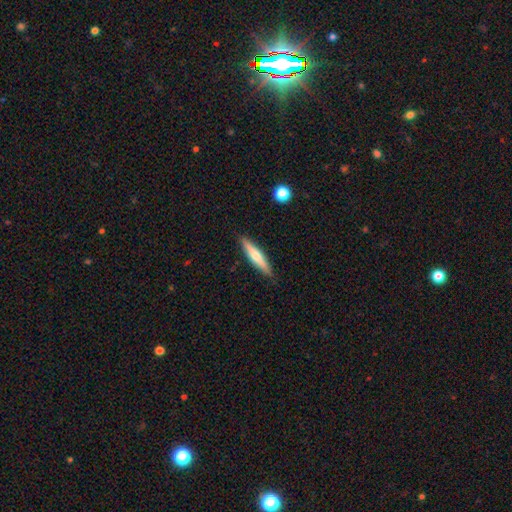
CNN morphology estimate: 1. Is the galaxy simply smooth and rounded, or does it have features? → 53% smooth, 42% featured or disk, 5% star or artifact.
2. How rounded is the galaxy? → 87% cigar-shaped, 12% in between, 2% round.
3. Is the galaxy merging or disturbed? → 90% none, 8% minor disturbance, 2% major disturbance, 1% merger.